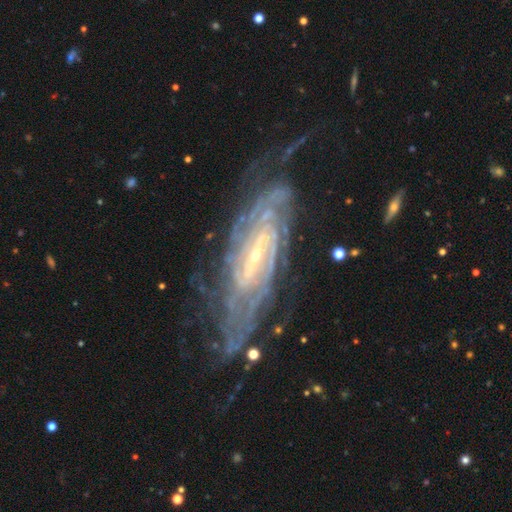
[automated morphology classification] Smooth or featured?
  - featured or disk: 90% *
  - star or artifact: 6%
  - smooth: 4%
Edge-on disk?
  - no: 90% *
  - yes: 10%
Bar?
  - weak: 40% *
  - strong: 38%
  - no: 21%
Spiral arms?
  - yes: 97% *
  - no: 3%
Spiral winding?
  - tight: 68% *
  - medium: 26%
  - loose: 6%
Spiral arm count?
  - can't tell: 33% *
  - 2: 19%
  - 4: 16%
  - 3: 13%
  - more than 4: 12%
  - 1: 7%
Bulge size?
  - small: 77% *
  - moderate: 18%
  - none: 2%
  - large: 1%
  - dominant: 1%
Merging?
  - none: 69% *
  - minor disturbance: 19%
  - major disturbance: 10%
  - merger: 2%